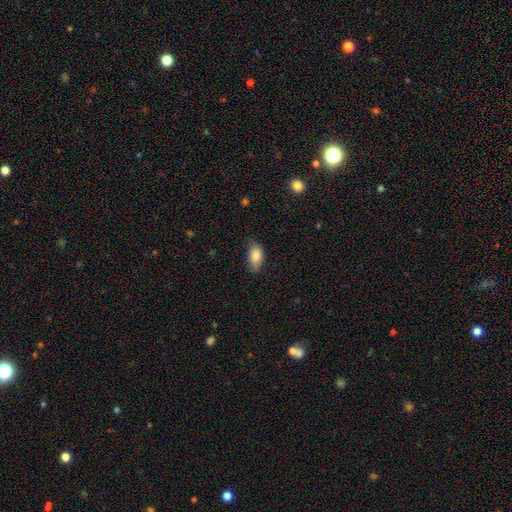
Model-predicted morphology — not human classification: type=smooth (84%); roundness=in between (92%); merging=none (67%).